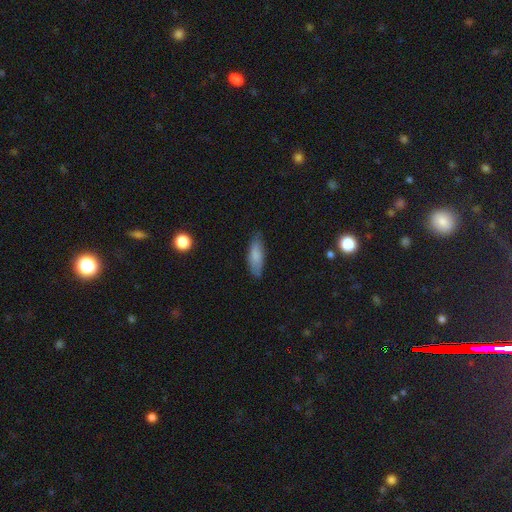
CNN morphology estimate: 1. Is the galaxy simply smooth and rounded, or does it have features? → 80% smooth, 14% featured or disk, 7% star or artifact.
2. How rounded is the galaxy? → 63% in between, 35% cigar-shaped, 2% round.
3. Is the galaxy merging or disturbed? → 76% none, 20% minor disturbance, 3% major disturbance, 1% merger.